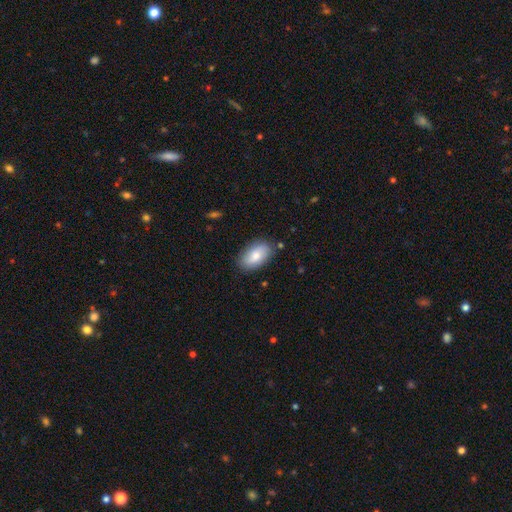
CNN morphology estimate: smooth 76%, featured or disk 18%, star or artifact 6%. Down the decision tree: how rounded — in between (93%); merging — none (83%).